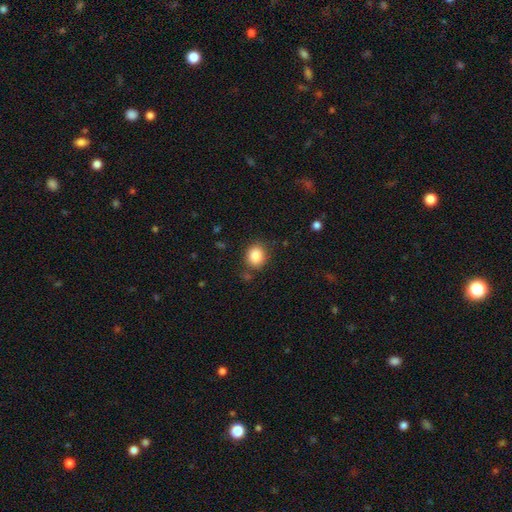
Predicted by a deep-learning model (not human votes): smooth-or-featured: smooth: 87% | star or artifact: 9% | featured or disk: 4%
  how-rounded: round: 67% | in between: 32% | cigar-shaped: 1%
  merging: none: 79% | minor disturbance: 13% | major disturbance: 4% | merger: 3%